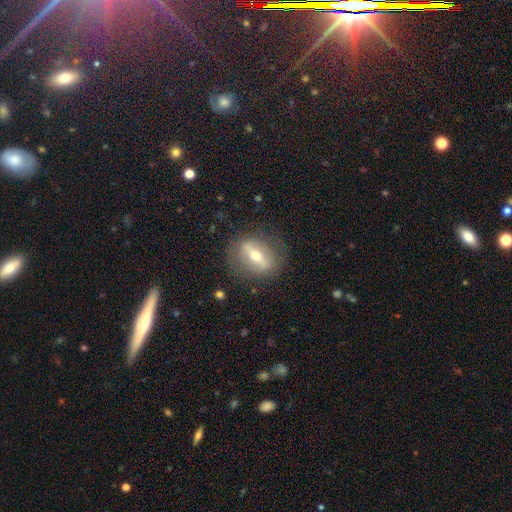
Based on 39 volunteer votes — This appears to be a featured or disk galaxy (69%) with a strong bar (77%), no spiral arms (68%) and a moderate central bulge (82%). Merging: none (84%).